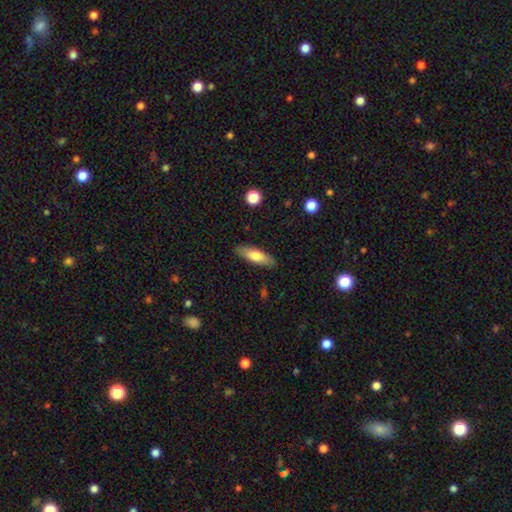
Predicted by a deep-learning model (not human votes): This appears to be a smooth galaxy with no disk features (69%) that is in between round and cigar-shaped (53%). Merging: none (88%).